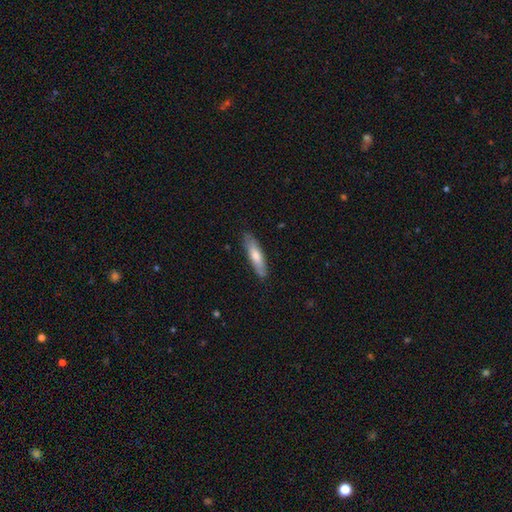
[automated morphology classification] smooth-or-featured: smooth: 63% | featured or disk: 31% | star or artifact: 6%
  how-rounded: cigar-shaped: 72% | in between: 27% | round: 2%
  merging: none: 84% | minor disturbance: 13% | major disturbance: 2% | merger: 1%